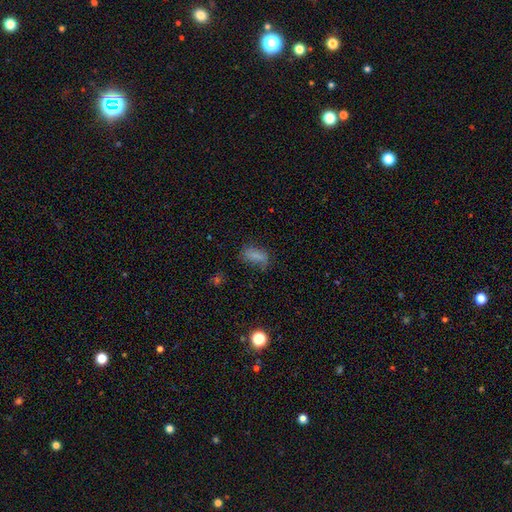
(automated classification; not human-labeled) Q: Smooth or featured?
A: smooth (73%); runner-up: featured or disk (14%)
Q: How rounded?
A: in between (81%); runner-up: cigar-shaped (14%)
Q: Merging?
A: none (56%); runner-up: minor disturbance (27%)